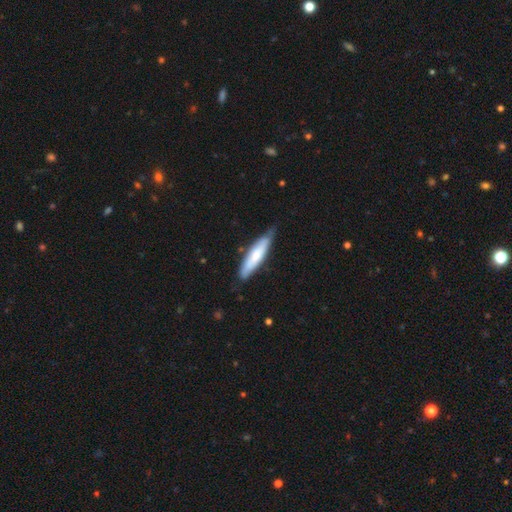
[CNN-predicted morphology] Smooth or featured?
  - smooth: 65% *
  - featured or disk: 30%
  - star or artifact: 5%
How rounded?
  - cigar-shaped: 73% *
  - in between: 26%
  - round: 1%
Merging?
  - none: 66% *
  - minor disturbance: 28%
  - major disturbance: 4%
  - merger: 2%